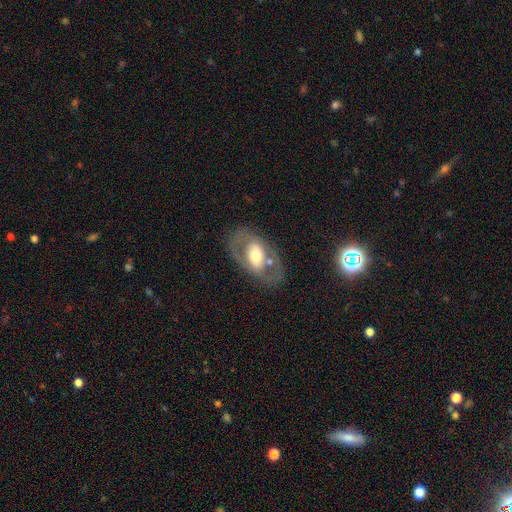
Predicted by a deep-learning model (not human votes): Overall: featured or disk (61%; smooth 33%). Edge-on disk: no (91%). Bar: no (47%; weak 30%). Spiral arms: no (64%; yes 36%). Bulge size: moderate (58%; large 26%). Merging: none (69%).